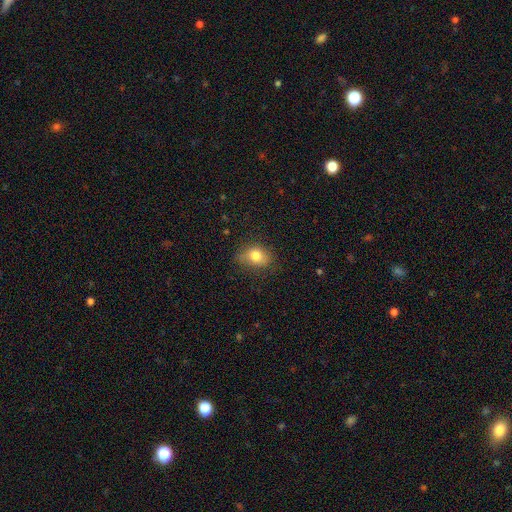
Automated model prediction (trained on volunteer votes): A smooth galaxy with no disk features (78%) that is in between round and cigar-shaped (61%). Merging: none (76%).